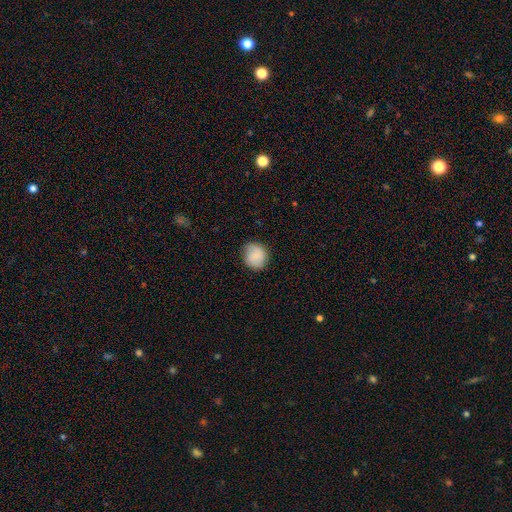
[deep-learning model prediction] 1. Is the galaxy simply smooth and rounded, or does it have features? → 82% smooth, 11% featured or disk, 8% star or artifact.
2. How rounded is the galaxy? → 83% round, 16% in between, 1% cigar-shaped.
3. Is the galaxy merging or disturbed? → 80% none, 15% minor disturbance, 4% major disturbance, 1% merger.